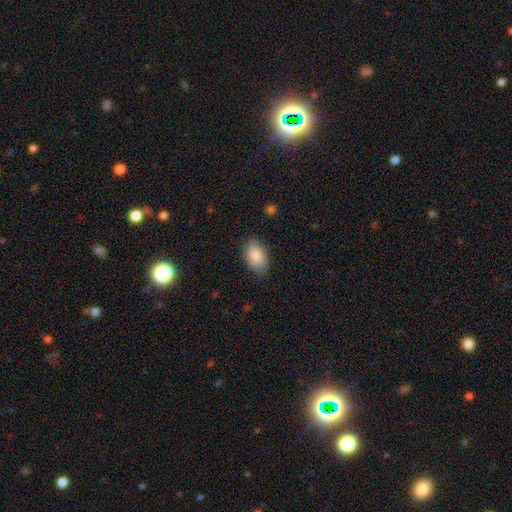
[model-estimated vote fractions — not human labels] A smooth galaxy with no disk features (87%) that is in between round and cigar-shaped (93%).

Vote fractions:
- Smooth or featured? smooth: 87% / featured or disk: 7% / star or artifact: 6%
- How rounded? in between: 93% / round: 5% / cigar-shaped: 2%
- Merging? none: 80% / minor disturbance: 16% / major disturbance: 3% / merger: 1%